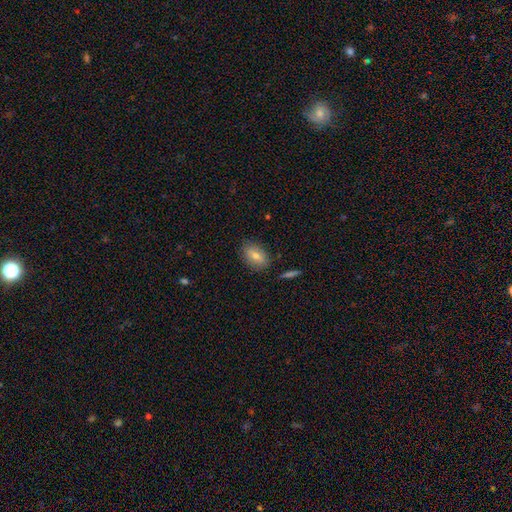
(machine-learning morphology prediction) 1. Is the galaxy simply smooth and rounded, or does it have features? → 71% smooth, 21% featured or disk, 8% star or artifact.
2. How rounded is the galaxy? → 87% in between, 9% round, 4% cigar-shaped.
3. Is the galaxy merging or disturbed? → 84% none, 11% minor disturbance, 3% major disturbance, 2% merger.